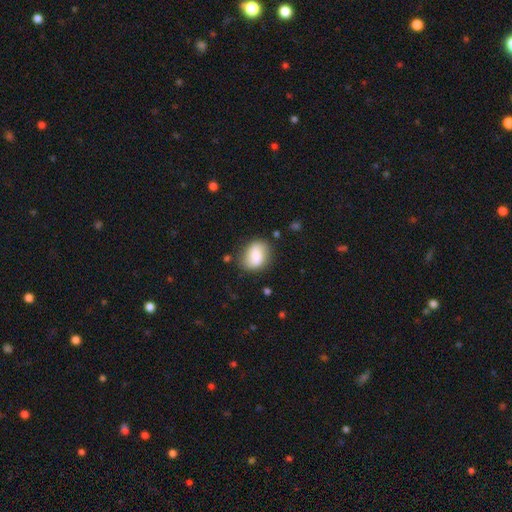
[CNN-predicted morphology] Smooth or featured?
  - smooth: 73% *
  - featured or disk: 19%
  - star or artifact: 7%
How rounded?
  - in between: 63% *
  - round: 36%
  - cigar-shaped: 1%
Merging?
  - none: 75% *
  - minor disturbance: 17%
  - major disturbance: 5%
  - merger: 2%